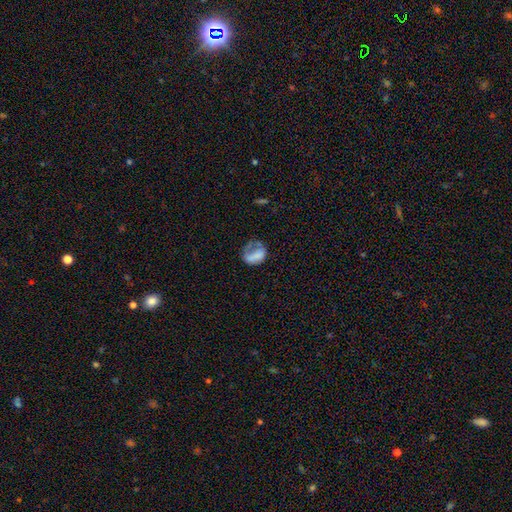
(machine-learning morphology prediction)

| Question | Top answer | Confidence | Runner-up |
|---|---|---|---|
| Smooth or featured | smooth | 61% | featured or disk (29%) |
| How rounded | in between | 62% | round (37%) |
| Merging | major disturbance | 46% | none (26%) |